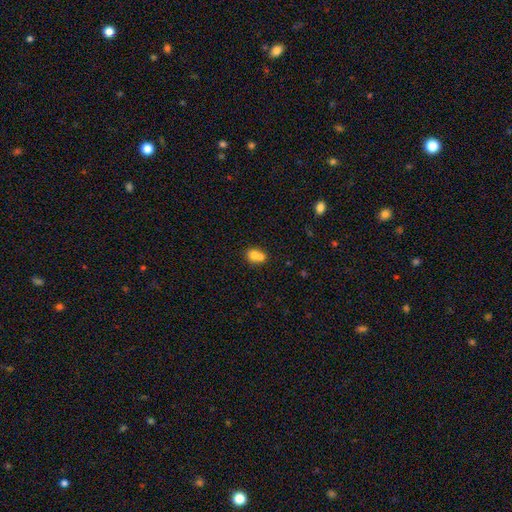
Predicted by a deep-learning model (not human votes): smooth-or-featured: smooth: 73% | featured or disk: 17% | star or artifact: 11%
  how-rounded: round: 58% | in between: 40% | cigar-shaped: 1%
  merging: merger: 61% | none: 28% | minor disturbance: 8% | major disturbance: 3%